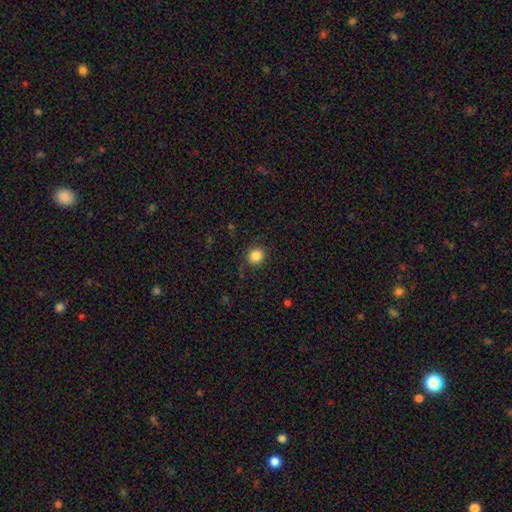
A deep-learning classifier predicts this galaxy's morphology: smooth_or_featured: smooth (p=0.85) [alt: star or artifact p=0.10]
how_rounded: round (p=0.88) [alt: in between p=0.11]
merging: none (p=0.89) [alt: minor disturbance p=0.08]